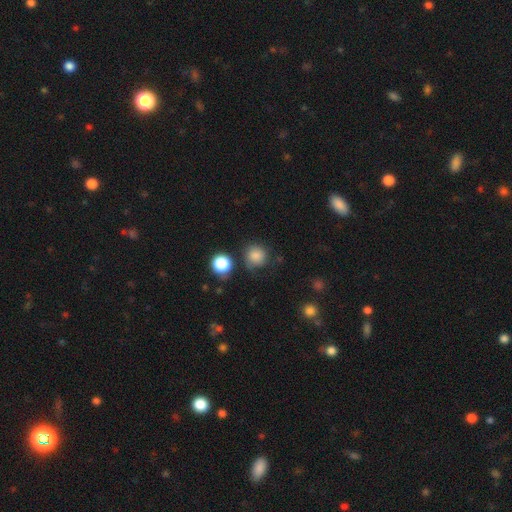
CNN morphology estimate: This is clearly a smooth galaxy (80%). How rounded: clearly round (88%). Merging: likely none (67%).